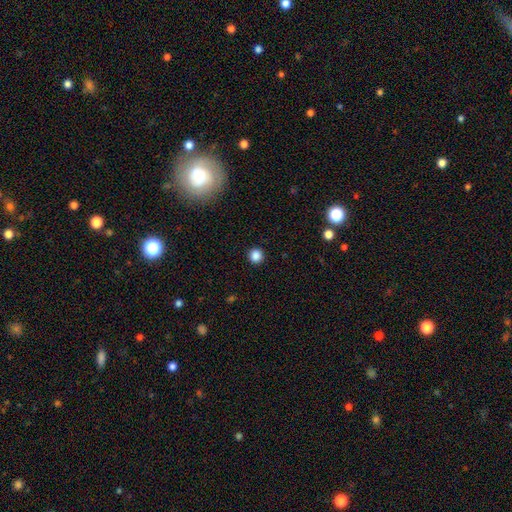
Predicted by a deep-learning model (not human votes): Smooth or featured? Predicted: smooth (p=0.86). How rounded? Predicted: round (p=0.95). Merging? Predicted: none (p=0.93).